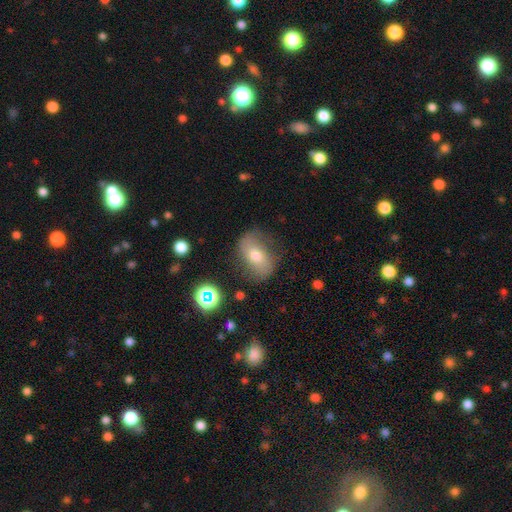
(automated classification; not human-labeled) Smooth or featured?
  - smooth: 47% *
  - featured or disk: 41%
  - star or artifact: 12%
Merging?
  - none: 69% *
  - minor disturbance: 20%
  - major disturbance: 9%
  - merger: 2%